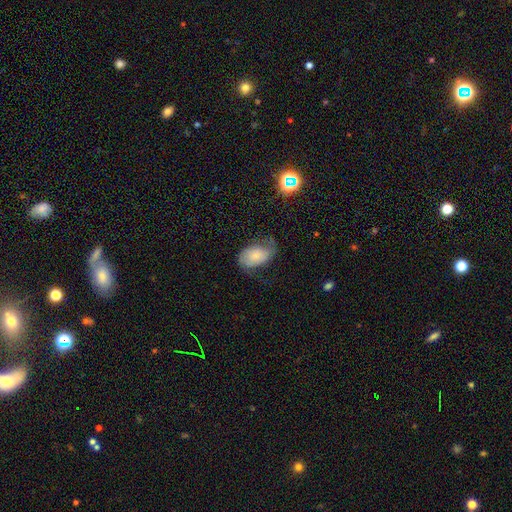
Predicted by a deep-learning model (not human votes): Smooth or featured: smooth — 48% (featured or disk — 43%)
Merging: none — 46% (minor disturbance — 30%)